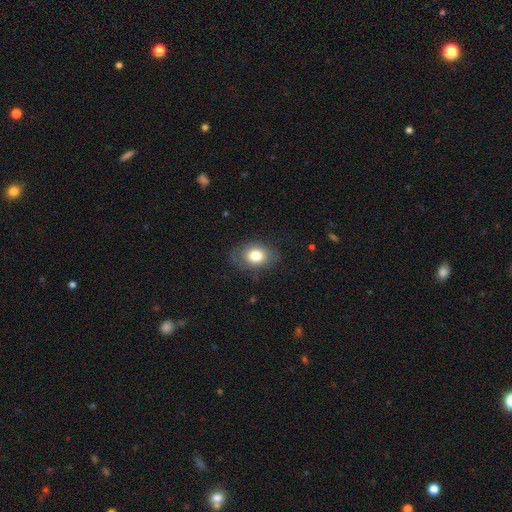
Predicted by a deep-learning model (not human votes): smooth_or_featured: smooth (p=0.78) [alt: featured or disk p=0.14]
how_rounded: in between (p=0.70) [alt: round p=0.29]
merging: none (p=0.76) [alt: minor disturbance p=0.17]